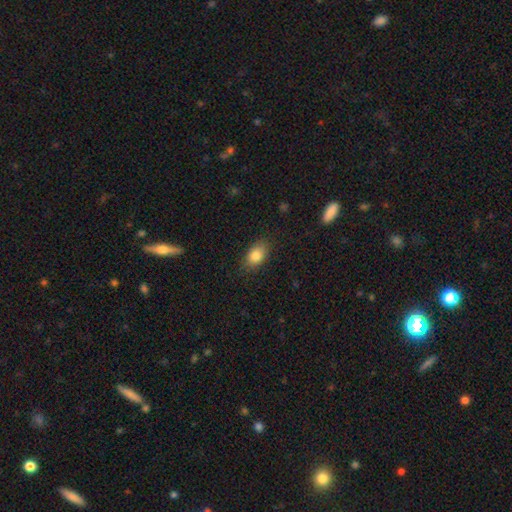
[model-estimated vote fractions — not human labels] smooth_or_featured: smooth (p=0.85) [alt: star or artifact p=0.08]
how_rounded: in between (p=0.86) [alt: round p=0.12]
merging: none (p=0.82) [alt: minor disturbance p=0.13]